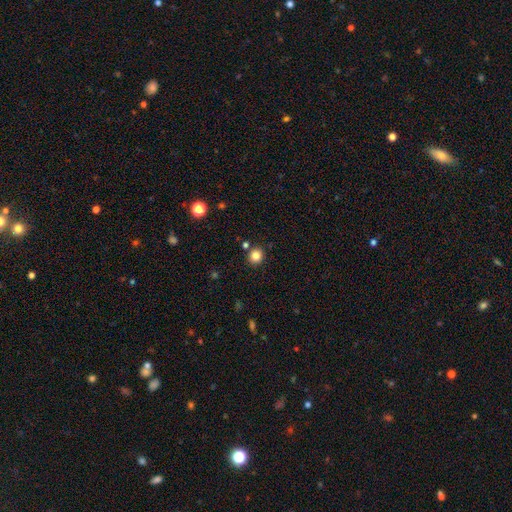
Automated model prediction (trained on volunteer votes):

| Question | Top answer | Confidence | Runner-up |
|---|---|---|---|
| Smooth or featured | smooth | 83% | star or artifact (12%) |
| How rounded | round | 92% | in between (7%) |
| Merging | none | 87% | minor disturbance (7%) |